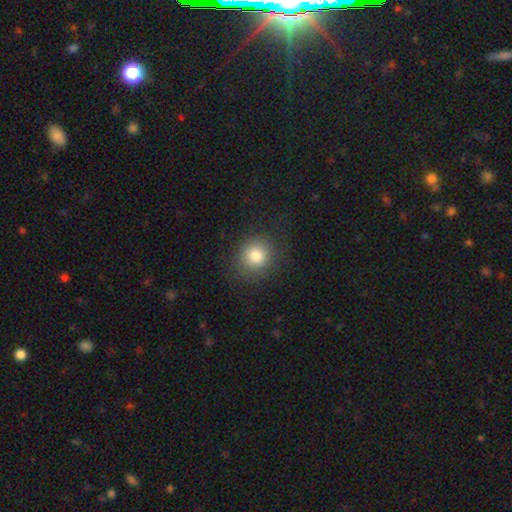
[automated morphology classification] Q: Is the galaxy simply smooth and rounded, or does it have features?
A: smooth — 81%.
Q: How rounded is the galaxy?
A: round — 87%.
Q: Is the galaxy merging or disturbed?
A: none — 84%.